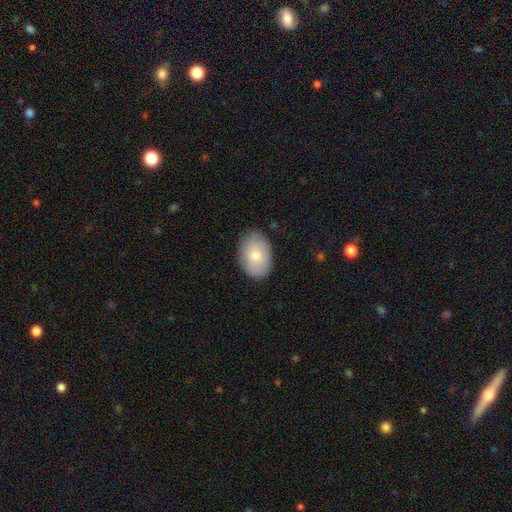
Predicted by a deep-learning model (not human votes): smooth 78%, featured or disk 16%, star or artifact 6%. Down the decision tree: how rounded — in between (84%); merging — none (84%).